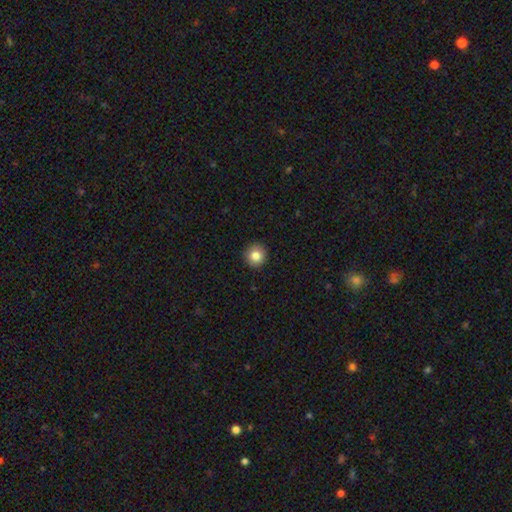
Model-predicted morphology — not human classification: This appears to be a smooth galaxy with no disk features (83%) that is round (94%). Merging: none (92%).